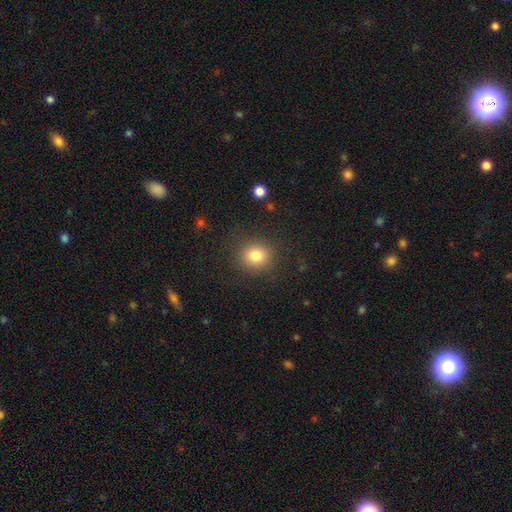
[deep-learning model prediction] A smooth galaxy with no disk features (81%) that is round (83%). Merging: none (87%).